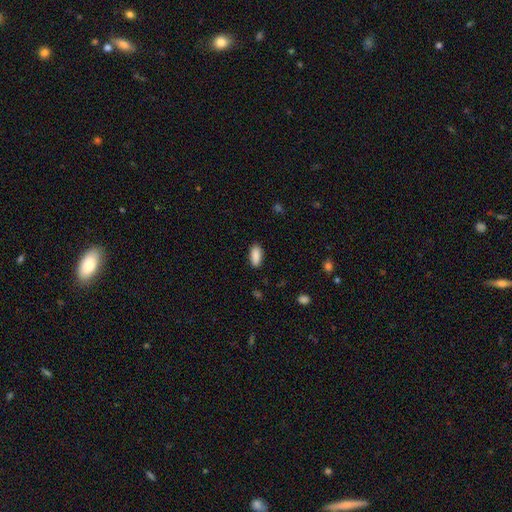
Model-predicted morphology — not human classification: Q: Smooth or featured?
A: smooth (89%); runner-up: star or artifact (7%)
Q: How rounded?
A: in between (84%); runner-up: cigar-shaped (14%)
Q: Merging?
A: none (87%); runner-up: minor disturbance (10%)